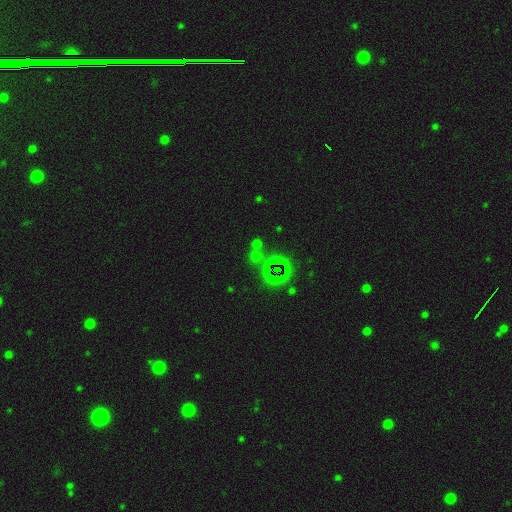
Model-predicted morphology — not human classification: The model was most divided on "smooth or featured": star or artifact: 56%, smooth: 36%, featured or disk: 8%.